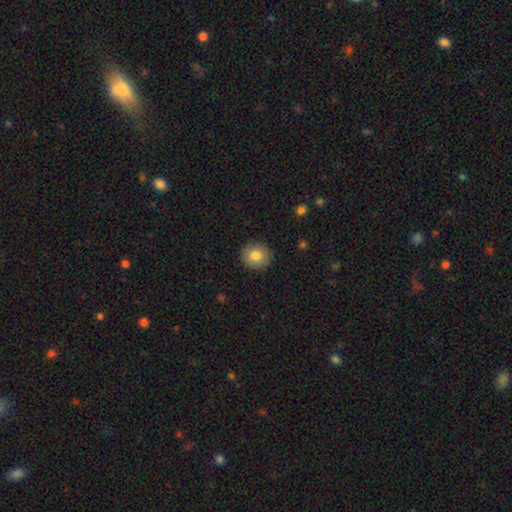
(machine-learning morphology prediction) type=smooth (81%); roundness=round (84%); merging=none (90%).